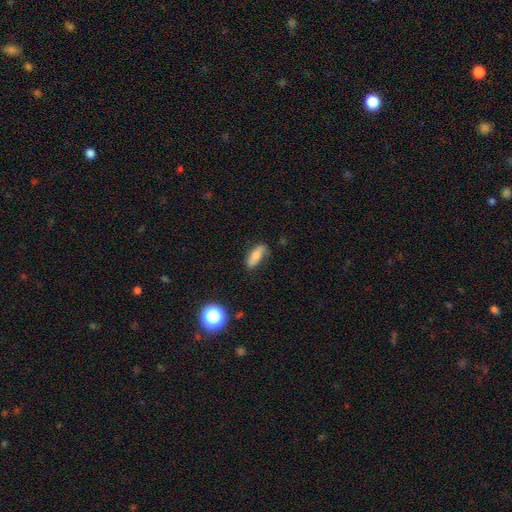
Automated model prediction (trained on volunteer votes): Smooth or featured?
  - smooth: 71% *
  - featured or disk: 21%
  - star or artifact: 9%
How rounded?
  - in between: 66% *
  - cigar-shaped: 30%
  - round: 4%
Merging?
  - none: 74% *
  - minor disturbance: 20%
  - major disturbance: 4%
  - merger: 2%